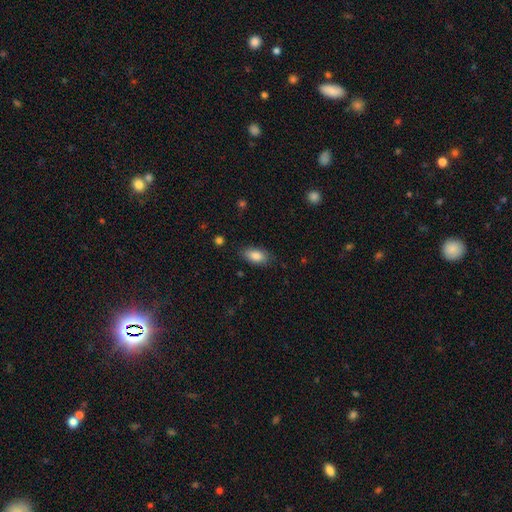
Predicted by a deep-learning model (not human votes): Q: Smooth or featured?
A: smooth (85%); runner-up: featured or disk (8%)
Q: How rounded?
A: in between (91%); runner-up: cigar-shaped (5%)
Q: Merging?
A: none (81%); runner-up: minor disturbance (14%)